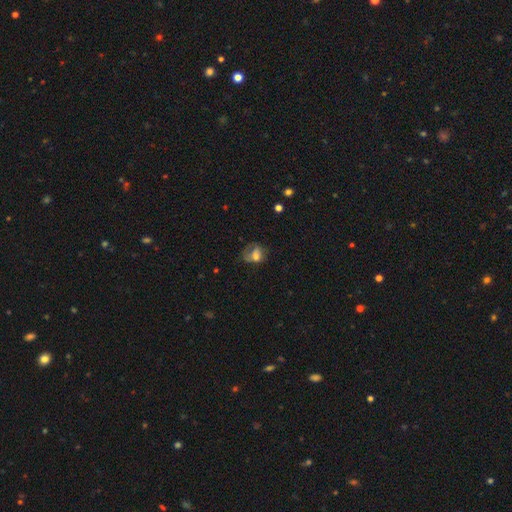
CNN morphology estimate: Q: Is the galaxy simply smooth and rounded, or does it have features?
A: smooth — 60%.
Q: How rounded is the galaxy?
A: in between — 55%.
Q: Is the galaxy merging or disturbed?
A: major disturbance — 40%.